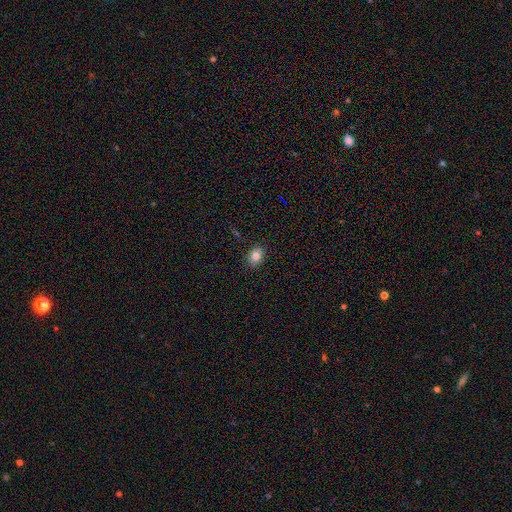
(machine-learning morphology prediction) Overall: smooth (83%). How rounded: in between (69%; round 30%). Merging: none (88%).